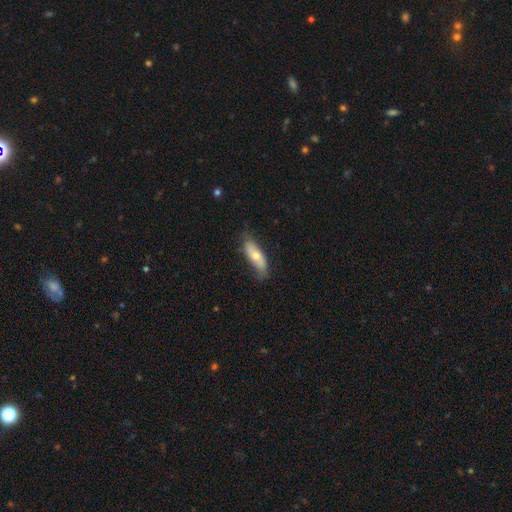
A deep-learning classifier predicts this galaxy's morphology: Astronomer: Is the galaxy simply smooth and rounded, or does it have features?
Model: smooth — 61%.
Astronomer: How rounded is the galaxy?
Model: in between — 60% (runner-up: cigar-shaped, 37%).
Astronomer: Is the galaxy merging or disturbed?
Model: none — 69%.